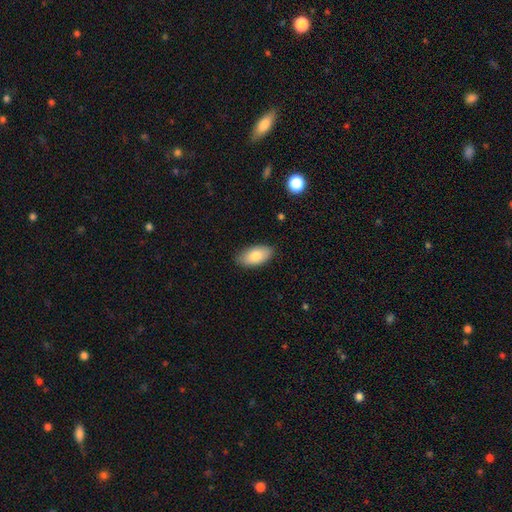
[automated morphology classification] Smooth or featured: smooth — 82% (featured or disk — 11%)
How rounded: in between — 94% (cigar-shaped — 3%)
Merging: none — 86% (minor disturbance — 11%)